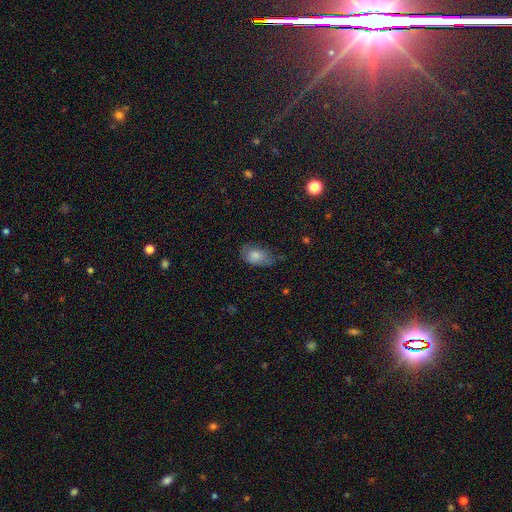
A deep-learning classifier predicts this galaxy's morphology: Smooth or featured? Predicted: smooth (p=0.78). How rounded? Predicted: in between (p=0.88). Merging? Predicted: none (p=0.53).